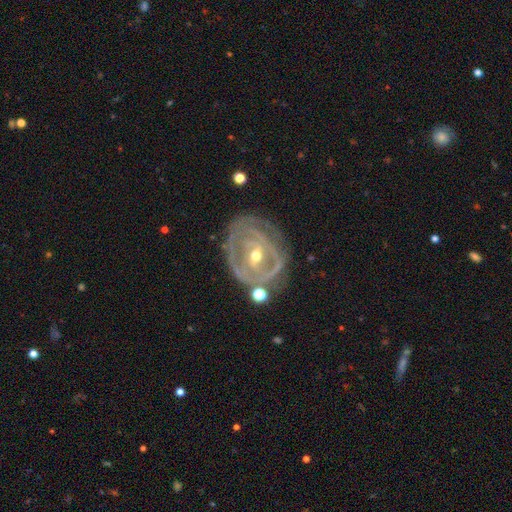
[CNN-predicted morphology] smooth_or_featured: featured or disk (p=0.84) [alt: smooth p=0.10]
disk_edge_on: no (p=0.95) [alt: yes p=0.05]
bar: no (p=0.35) [tied with: weak p=0.35]
has_spiral_arms: yes (p=0.78) [alt: no p=0.22]
spiral_winding: tight (p=0.69) [alt: medium p=0.23]
spiral_arm_count: can't tell (p=0.38) [alt: 2 p=0.33]
bulge_size: small (p=0.53) [alt: moderate p=0.44]
merging: none (p=0.64) [alt: minor disturbance p=0.20]